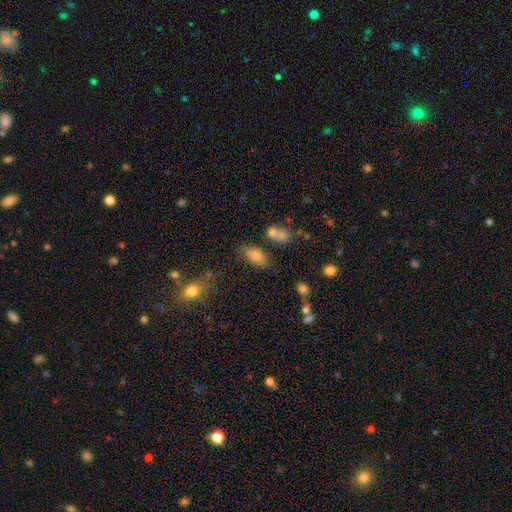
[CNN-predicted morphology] This is likely a smooth galaxy (78%). How rounded: clearly in between (90%). Merging: likely none (60%).